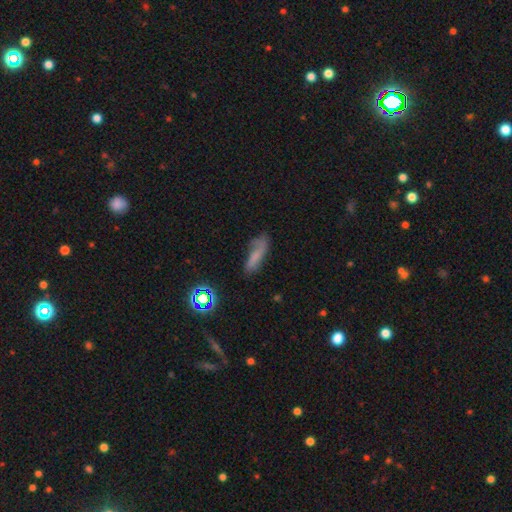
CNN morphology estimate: smooth 60%, featured or disk 25%, star or artifact 15%. Down the decision tree: how rounded — cigar-shaped (54%); merging — none (51%).